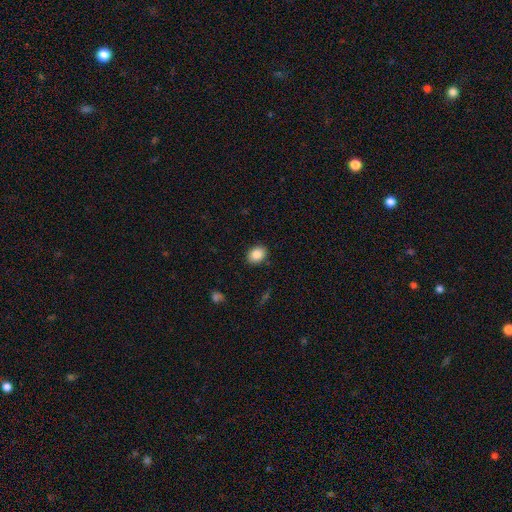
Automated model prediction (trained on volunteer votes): A smooth galaxy with no disk features (86%) that is in between round and cigar-shaped (65%).

Vote fractions:
- Smooth or featured? smooth: 86% / star or artifact: 8% / featured or disk: 5%
- How rounded? in between: 65% / round: 34% / cigar-shaped: 1%
- Merging? none: 88% / minor disturbance: 8% / major disturbance: 2% / merger: 1%